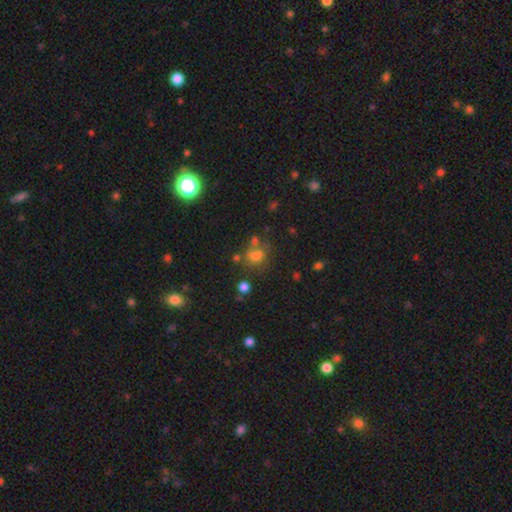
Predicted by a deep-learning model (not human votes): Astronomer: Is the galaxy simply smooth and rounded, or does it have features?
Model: smooth — 66%.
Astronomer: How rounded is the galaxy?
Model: round — 62%.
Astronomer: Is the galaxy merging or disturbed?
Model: none — 52%.